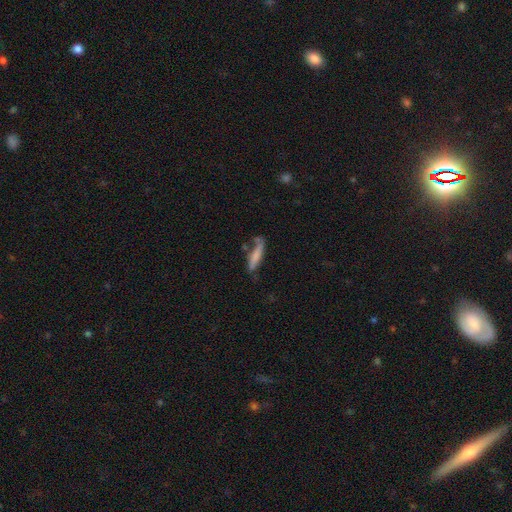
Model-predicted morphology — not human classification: A smooth galaxy with no disk features (71%) that is cigar-shaped (83%).

Vote fractions:
- Smooth or featured? smooth: 71% / featured or disk: 22% / star or artifact: 7%
- How rounded? cigar-shaped: 83% / in between: 16% / round: 2%
- Merging? none: 55% / minor disturbance: 25% / merger: 11% / major disturbance: 10%